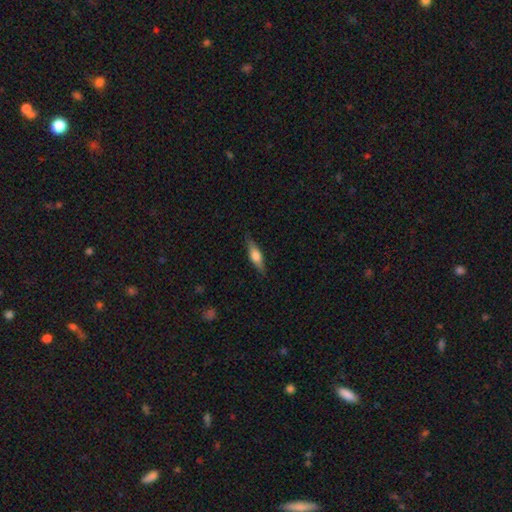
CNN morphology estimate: Q: Smooth or featured?
A: featured or disk (53%); runner-up: smooth (41%)
Q: Edge-on disk?
A: yes (94%); runner-up: no (6%)
Q: Edge-on bulge?
A: rounded (90%); runner-up: boxy (7%)
Q: Merging?
A: none (87%); runner-up: minor disturbance (10%)